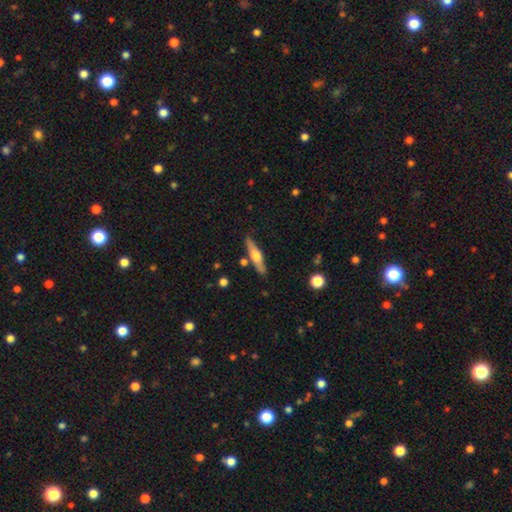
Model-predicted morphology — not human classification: type=featured or disk (56%); edge-on=yes (94%); edge-on bulge=rounded (91%); merging=none (83%).